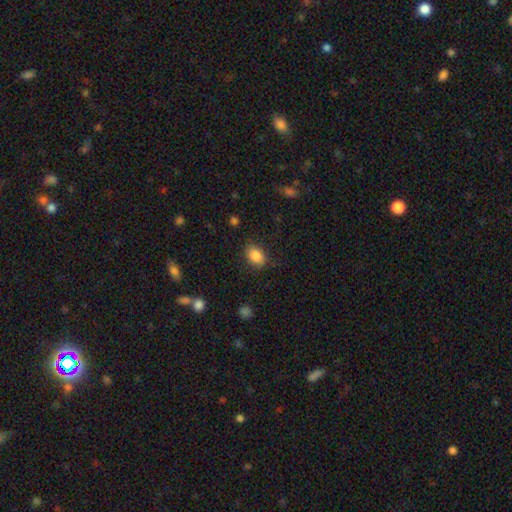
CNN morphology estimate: Smooth or featured? smooth (86%)
How rounded? in between (72%)
Merging? none (82%)